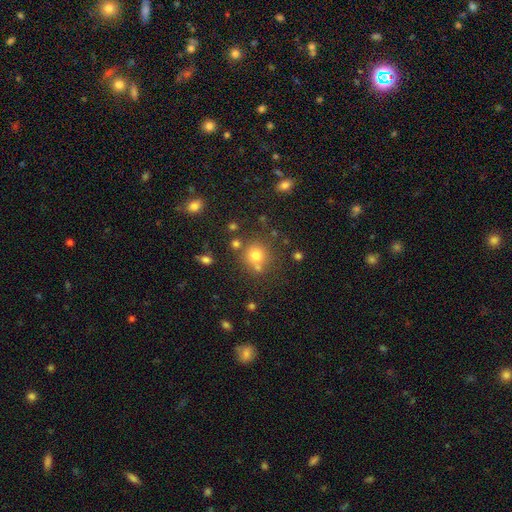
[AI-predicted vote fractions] Smooth or featured? Predicted: smooth (p=0.73). How rounded? Predicted: round (p=0.89). Merging? Predicted: none (p=0.68).